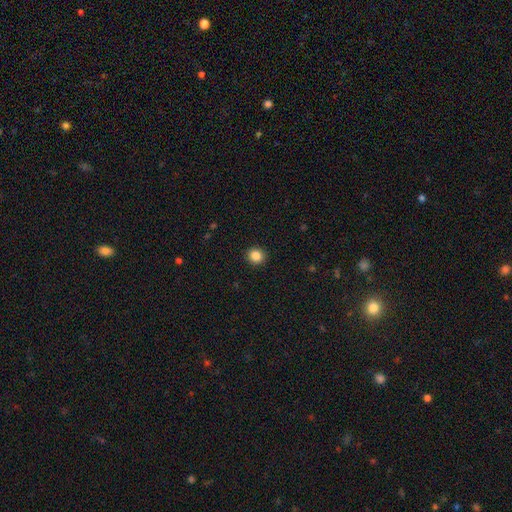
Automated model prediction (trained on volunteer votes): The model was most divided on "smooth or featured": smooth: 86%, star or artifact: 10%, featured or disk: 4%. More confident: merging — none (92%); how rounded — round (88%).